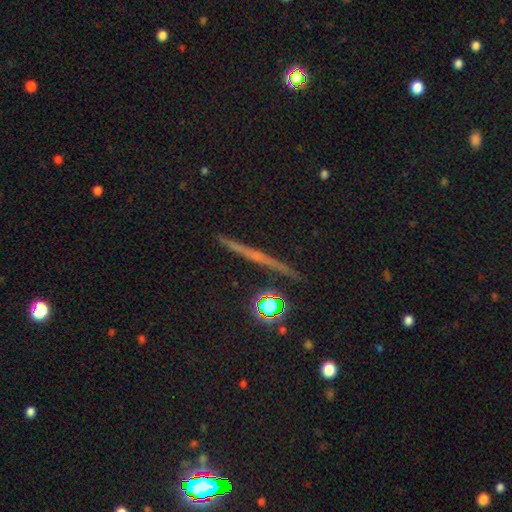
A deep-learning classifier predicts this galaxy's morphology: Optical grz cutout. It shows a featured or disk galaxy (54%) viewed edge-on (96%) with no central bulge (74%). Merging: none (90%).